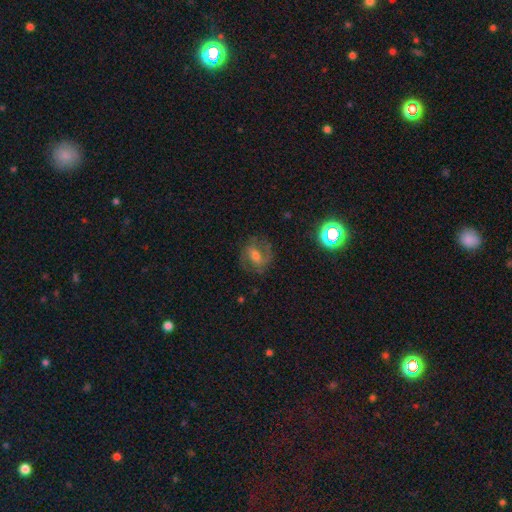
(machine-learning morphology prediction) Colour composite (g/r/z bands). It shows a featured or disk galaxy (64%) with a weak bar (47%), 2 (76%) medium (52%) spiral arms (86%) and a moderate central bulge (52%). Merging: none (69%).